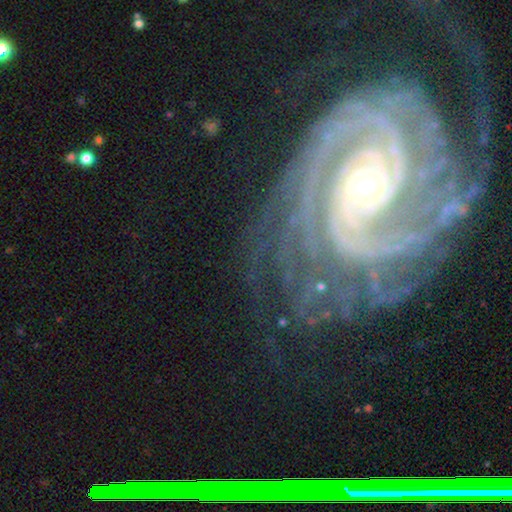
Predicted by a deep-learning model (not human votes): This is clearly a featured or disk galaxy (91%). It is clearly not viewed edge-on (97%). Bar: possibly no (57%). Spiral arm pattern: clearly yes (98%). Spiral arm count: marginally 2 (32%). Spiral winding: likely tight (74%). Central bulge: possibly moderate (50%). Merging: likely none (68%).